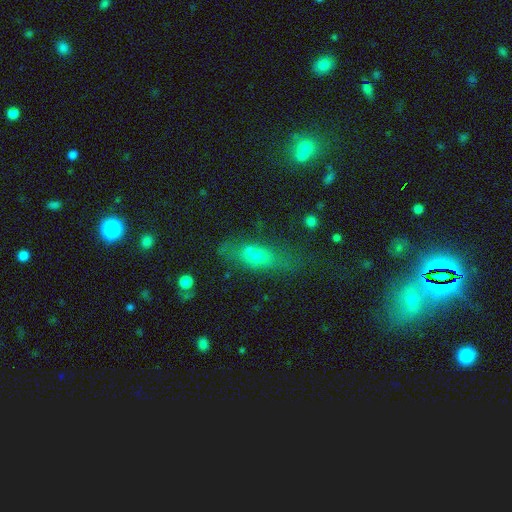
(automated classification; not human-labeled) Smooth or featured: smooth — 61% (featured or disk — 25%)
How rounded: in between — 60% (cigar-shaped — 31%)
Merging: none — 53% (minor disturbance — 21%)